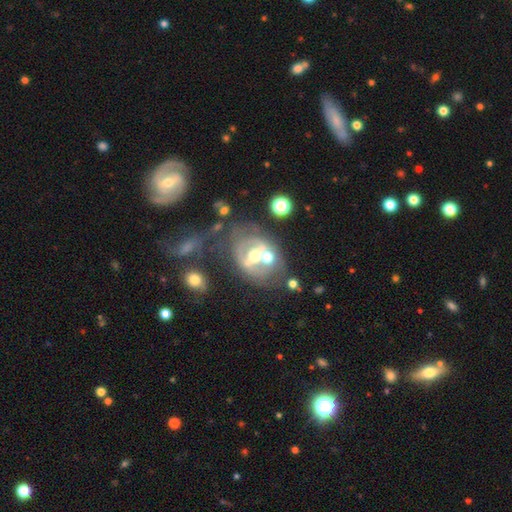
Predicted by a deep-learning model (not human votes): Q: Smooth or featured?
A: featured or disk (69%); runner-up: smooth (20%)
Q: Edge-on disk?
A: no (94%); runner-up: yes (6%)
Q: Bar?
A: strong (39%); runner-up: no (32%)
Q: Spiral arms?
A: no (63%); runner-up: yes (37%)
Q: Bulge size?
A: moderate (70%); runner-up: small (14%)
Q: Merging?
A: none (43%); runner-up: merger (21%)